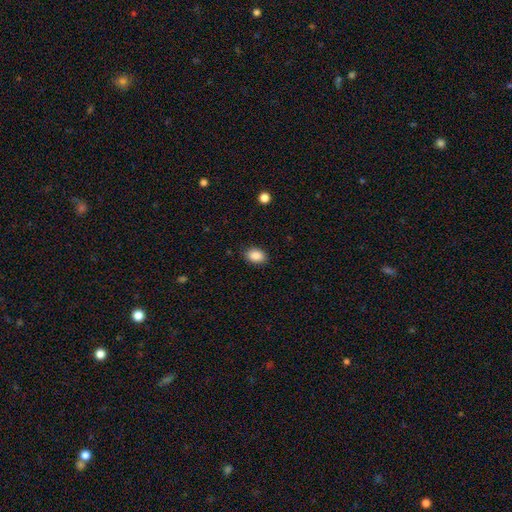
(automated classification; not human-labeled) This appears to be a smooth galaxy with no disk features (89%) that is in between round and cigar-shaped (79%). Merging: none (87%).